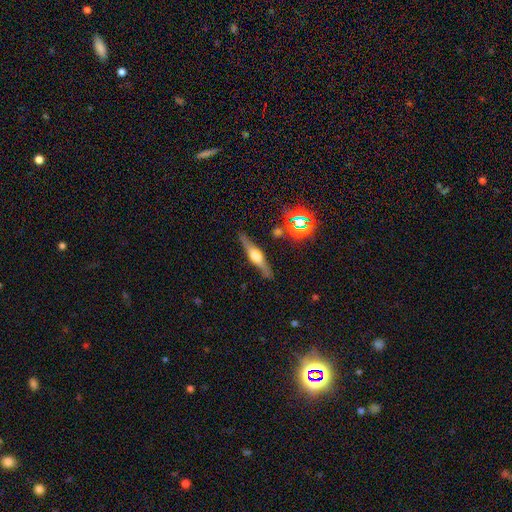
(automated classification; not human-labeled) Smooth or featured: featured or disk — 72% (smooth — 20%)
Edge-on disk: yes — 96% (no — 4%)
Edge-on bulge: rounded — 91% (boxy — 7%)
Merging: none — 87% (minor disturbance — 9%)